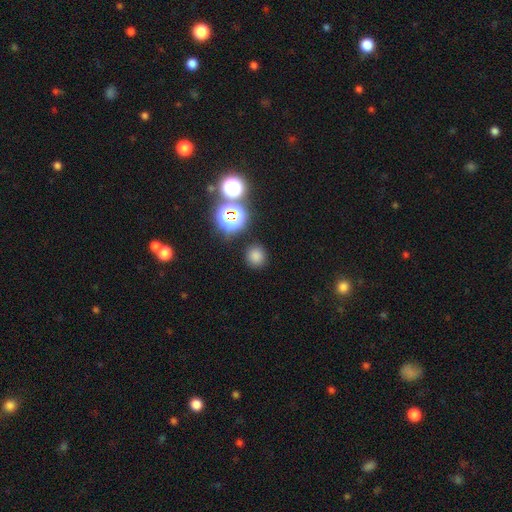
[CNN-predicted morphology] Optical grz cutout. It shows a smooth galaxy with no disk features (74%) that is round (90%). Merging: none (87%).